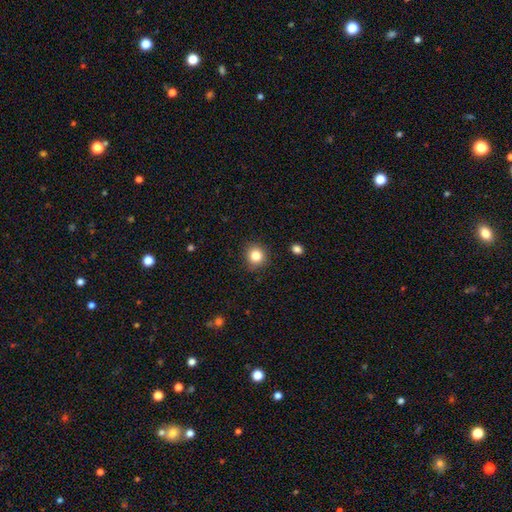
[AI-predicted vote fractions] The model was most divided on "smooth or featured": smooth: 83%, star or artifact: 11%, featured or disk: 6%. More confident: merging — none (90%); how rounded — round (89%).